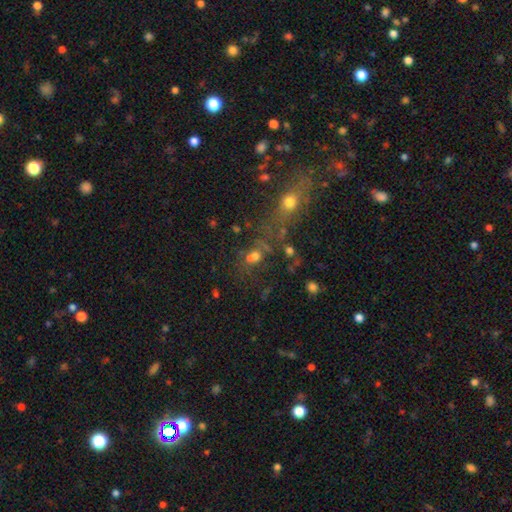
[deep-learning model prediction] Overall: smooth (46%; star or artifact 36%). Merging: none (47%; merger 29%).